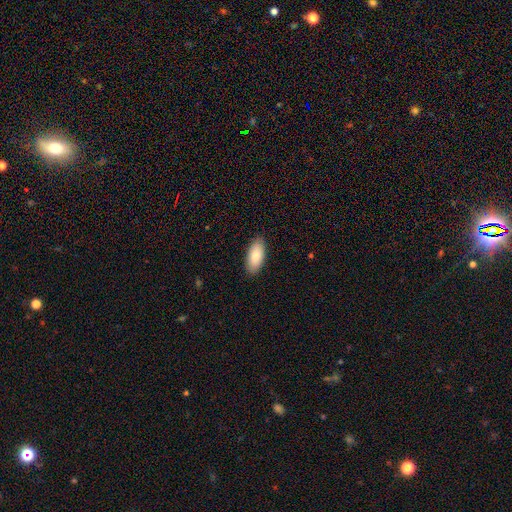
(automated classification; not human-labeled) Smooth or featured: smooth — 84% (featured or disk — 10%)
How rounded: in between — 90% (cigar-shaped — 8%)
Merging: none — 89% (minor disturbance — 8%)